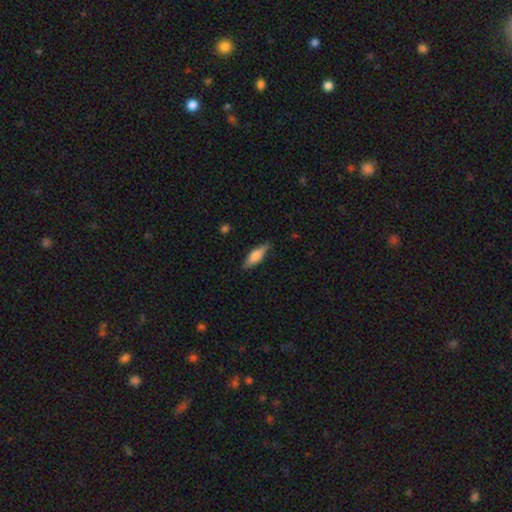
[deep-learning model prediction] Overall: smooth (57%; featured or disk 36%). How rounded: cigar-shaped (50%; in between 47%). Merging: none (83%).